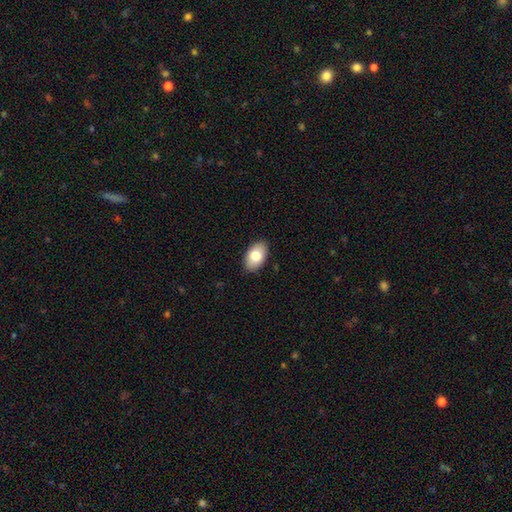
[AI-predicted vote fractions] Q: Smooth or featured?
A: smooth (79%); runner-up: featured or disk (15%)
Q: How rounded?
A: in between (93%); runner-up: round (6%)
Q: Merging?
A: none (88%); runner-up: minor disturbance (9%)